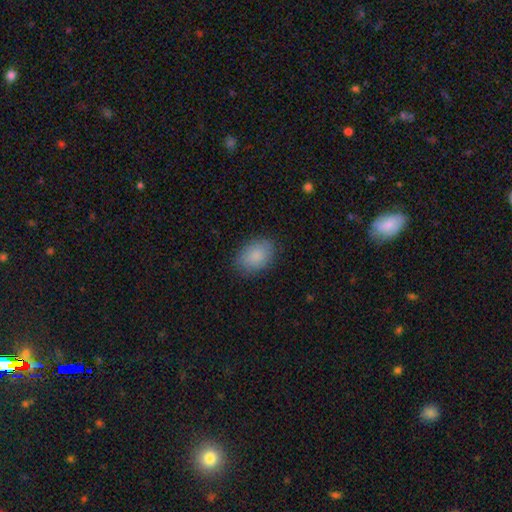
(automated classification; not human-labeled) A smooth galaxy with no disk features (87%) that is in between round and cigar-shaped (73%). Merging: none (83%).